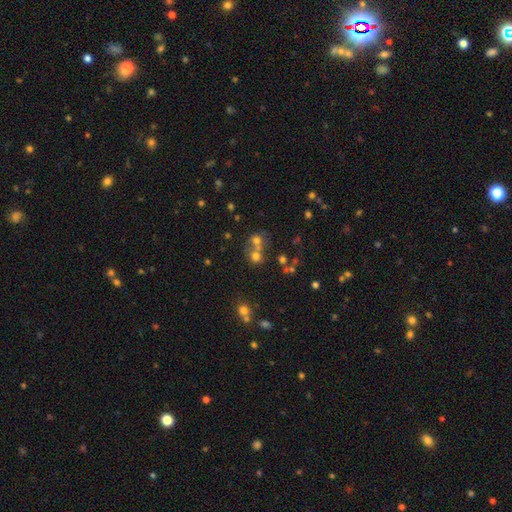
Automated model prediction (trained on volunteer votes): A smooth galaxy with no disk features (53%) that is round (80%).

Vote fractions:
- Smooth or featured? smooth: 53% / star or artifact: 31% / featured or disk: 16%
- How rounded? round: 80% / in between: 18% / cigar-shaped: 1%
- Merging? merger: 46% / none: 43% / minor disturbance: 7% / major disturbance: 4%